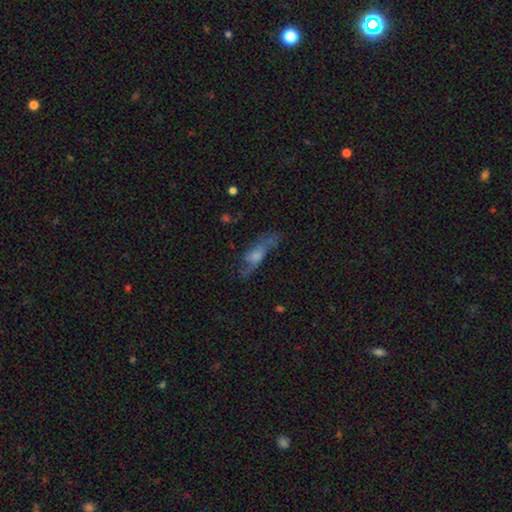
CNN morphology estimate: The model was most divided on "smooth or featured": featured or disk: 52%, smooth: 36%, star or artifact: 12%. More confident: edge-on disk — no (61%); merging — none (53%).